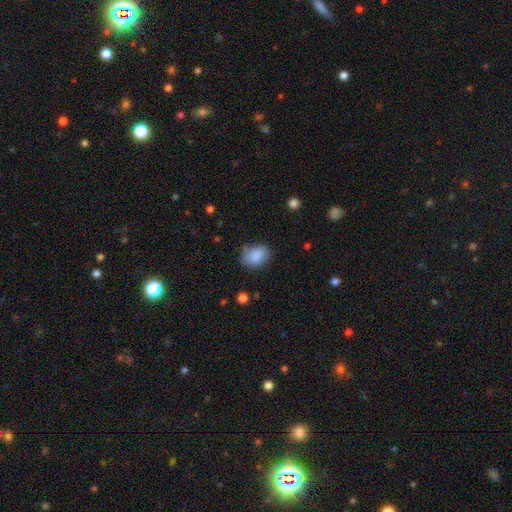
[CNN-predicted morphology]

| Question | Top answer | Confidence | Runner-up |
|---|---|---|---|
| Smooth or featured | smooth | 86% | star or artifact (8%) |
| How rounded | in between | 69% | round (30%) |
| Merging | none | 69% | minor disturbance (23%) |